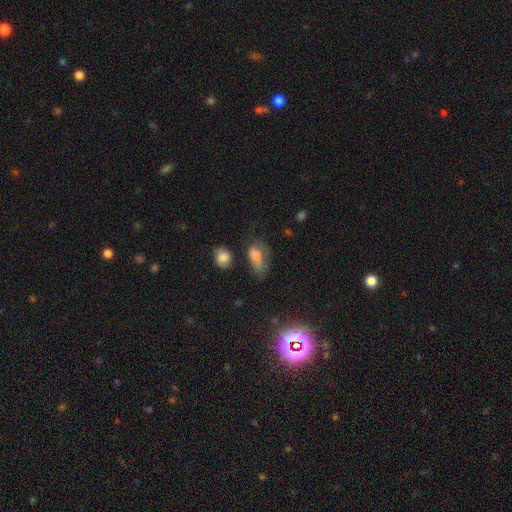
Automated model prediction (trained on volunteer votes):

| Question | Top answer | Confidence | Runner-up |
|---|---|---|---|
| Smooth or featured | smooth | 71% | featured or disk (15%) |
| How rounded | in between | 86% | round (9%) |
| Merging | none | 39% | minor disturbance (32%) |